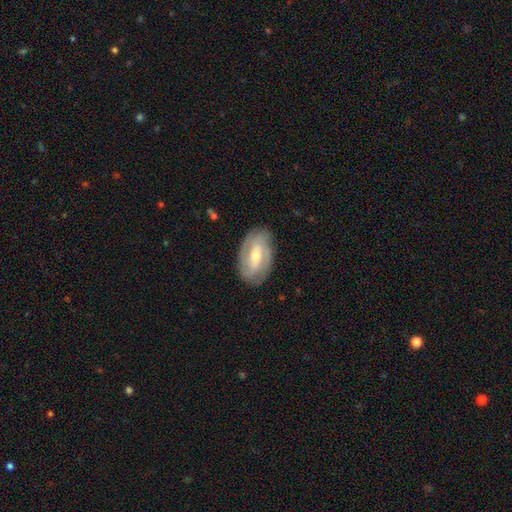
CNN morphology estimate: type=featured or disk (70%); edge-on=no (93%); bar=weak (44%); spiral arms=yes (80%); winding=tight (47%); arm count=2 (57%); bulge=moderate (55%); merging=none (82%).